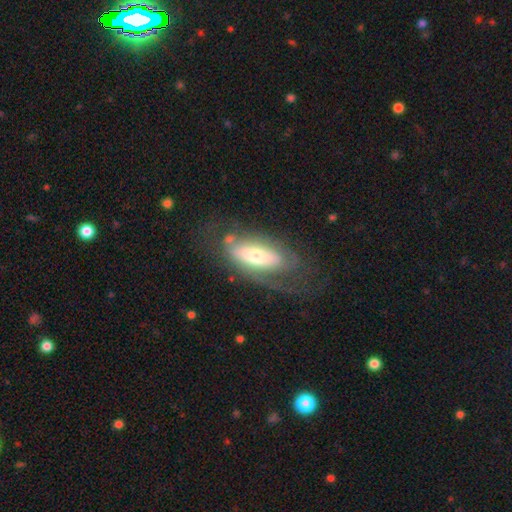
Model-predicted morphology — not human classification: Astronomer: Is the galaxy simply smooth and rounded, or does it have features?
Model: featured or disk — 58% (runner-up: smooth, 35%).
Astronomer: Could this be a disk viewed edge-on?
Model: no — 81%.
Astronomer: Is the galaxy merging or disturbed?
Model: none — 54%.